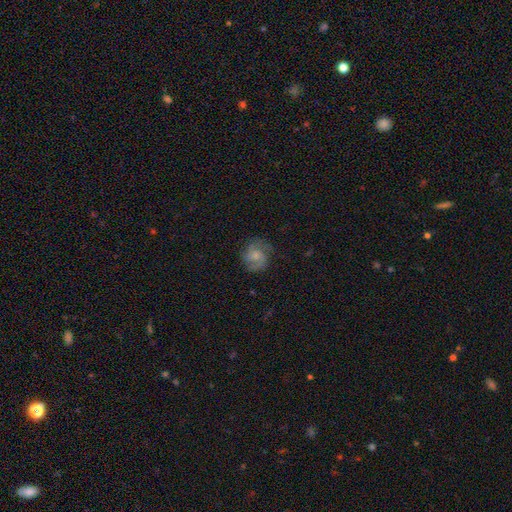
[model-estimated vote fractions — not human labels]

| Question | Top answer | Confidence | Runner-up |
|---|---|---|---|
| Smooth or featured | featured or disk | 56% | smooth (36%) |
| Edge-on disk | no | 98% | yes (2%) |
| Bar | no | 69% | weak (28%) |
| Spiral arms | yes | 89% | no (11%) |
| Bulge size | small | 43% | moderate (33%) |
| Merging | none | 70% | minor disturbance (19%) |